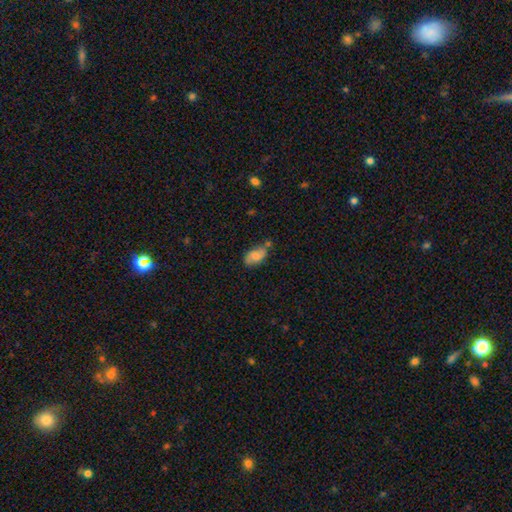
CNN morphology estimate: Smooth or featured? smooth (63%)
How rounded? in between (91%)
Merging? none (59%)